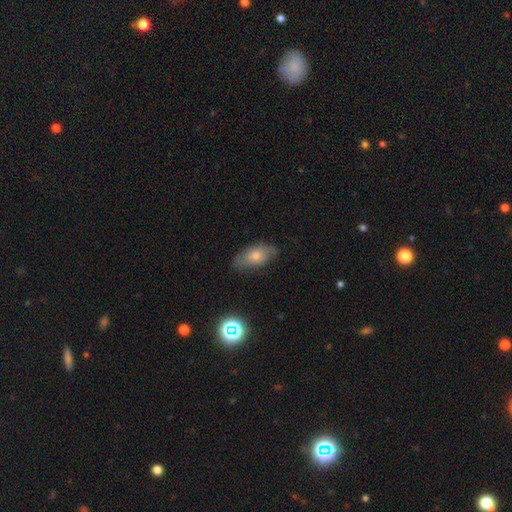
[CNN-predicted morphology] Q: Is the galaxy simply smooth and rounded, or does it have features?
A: smooth — 62%.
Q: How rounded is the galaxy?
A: in between — 86%.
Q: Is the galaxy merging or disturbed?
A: none — 77%.